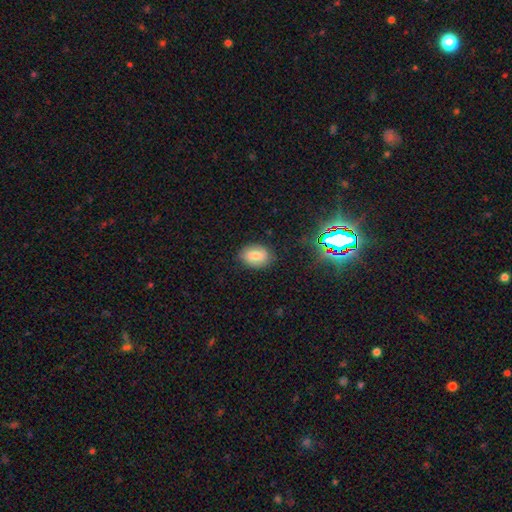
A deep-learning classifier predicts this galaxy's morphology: type=smooth (74%); roundness=in between (79%); merging=none (84%).